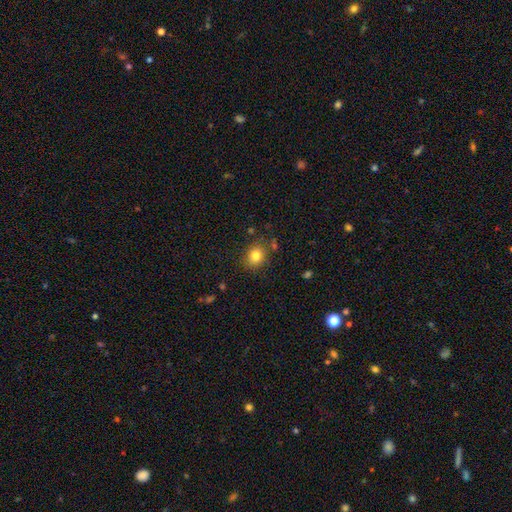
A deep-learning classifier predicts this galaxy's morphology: This appears to be a smooth galaxy with no disk features (81%) that is round (74%). Merging: none (83%).